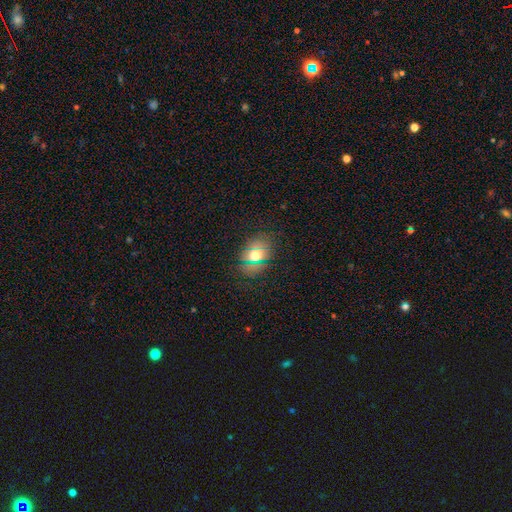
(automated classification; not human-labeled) Smooth or featured? Predicted: smooth (p=0.66). How rounded? Predicted: in between (p=0.57). Merging? Predicted: none (p=0.81).